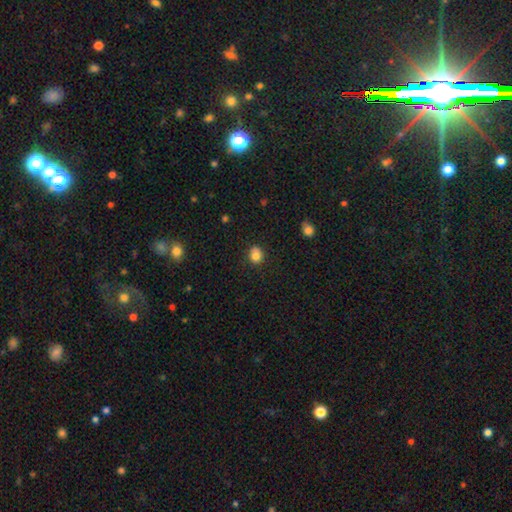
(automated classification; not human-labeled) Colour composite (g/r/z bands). It shows a smooth galaxy with no disk features (82%) that is round (62%). Merging: none (70%).